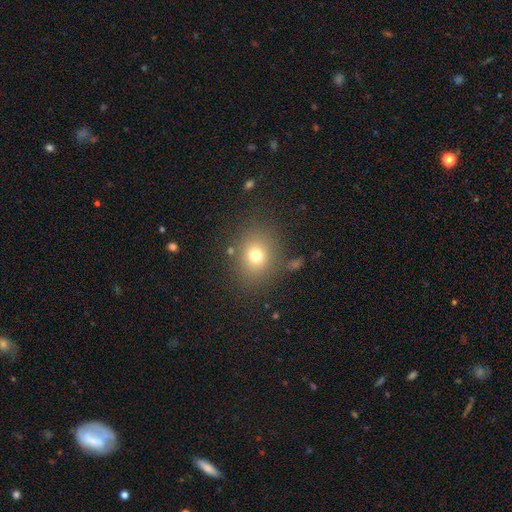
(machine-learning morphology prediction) type=smooth (72%); roundness=round (64%); merging=none (81%).